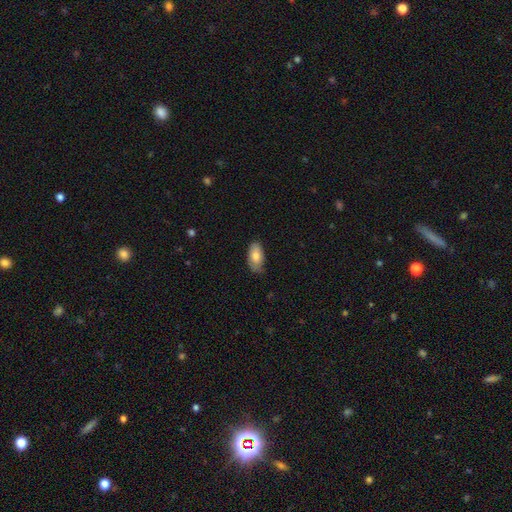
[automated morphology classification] smooth_or_featured: smooth (p=0.79) [alt: featured or disk p=0.15]
how_rounded: in between (p=0.93) [alt: cigar-shaped p=0.04]
merging: none (p=0.74) [alt: minor disturbance p=0.22]